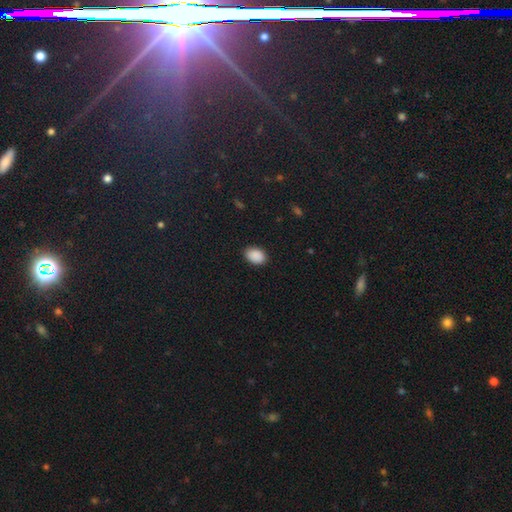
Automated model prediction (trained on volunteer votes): smooth-or-featured: smooth: 90% | star or artifact: 7% | featured or disk: 2%
  how-rounded: in between: 80% | round: 19% | cigar-shaped: 1%
  merging: none: 88% | minor disturbance: 9% | major disturbance: 2% | merger: 1%